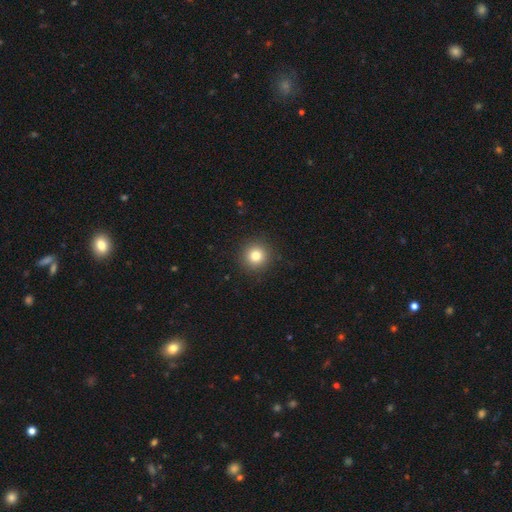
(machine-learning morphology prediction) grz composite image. It shows a smooth galaxy with no disk features (82%) that is round (94%). Merging: none (91%).